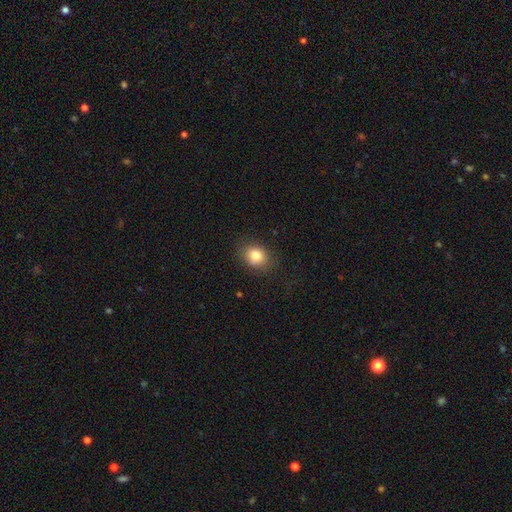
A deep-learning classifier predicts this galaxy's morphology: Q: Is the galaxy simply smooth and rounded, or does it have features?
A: smooth — 81%.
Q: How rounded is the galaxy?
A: round — 53%.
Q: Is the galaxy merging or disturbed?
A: none — 81%.